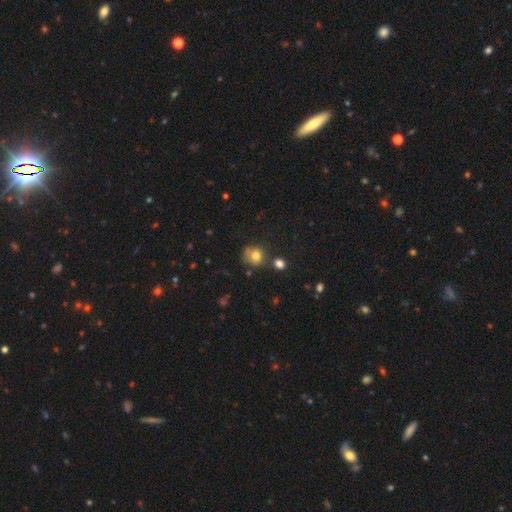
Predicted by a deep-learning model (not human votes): Smooth or featured?
  - smooth: 75% *
  - star or artifact: 12%
  - featured or disk: 12%
How rounded?
  - round: 80% *
  - in between: 19%
  - cigar-shaped: 1%
Merging?
  - none: 58% *
  - minor disturbance: 20%
  - merger: 14%
  - major disturbance: 8%